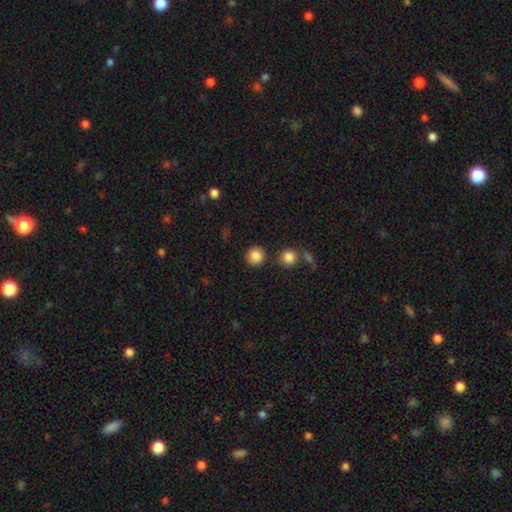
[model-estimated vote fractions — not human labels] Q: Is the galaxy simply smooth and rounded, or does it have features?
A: smooth — 86%.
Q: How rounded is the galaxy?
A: round — 91%.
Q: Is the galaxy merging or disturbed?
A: none — 86%.